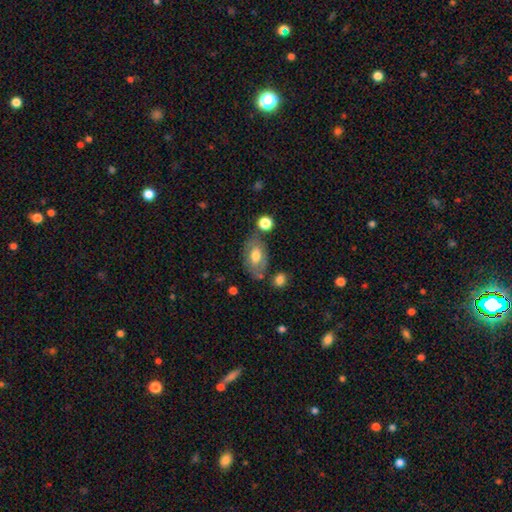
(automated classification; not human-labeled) Smooth or featured: smooth — 59% (featured or disk — 34%)
How rounded: in between — 89% (round — 9%)
Merging: none — 64% (minor disturbance — 20%)